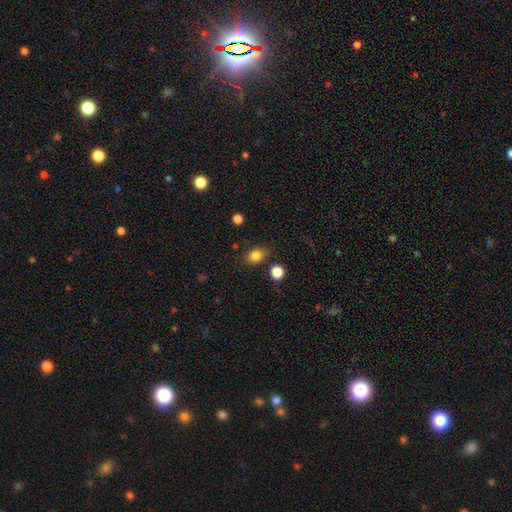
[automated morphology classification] This appears to be a smooth galaxy with no disk features (82%) that is in between round and cigar-shaped (59%). Merging: none (78%).